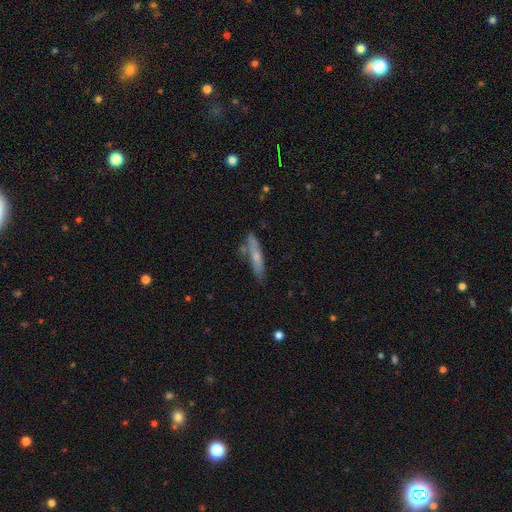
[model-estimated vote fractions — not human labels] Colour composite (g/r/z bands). It shows a smooth galaxy with no disk features (54%) that is cigar-shaped (87%). Merging: none (71%).